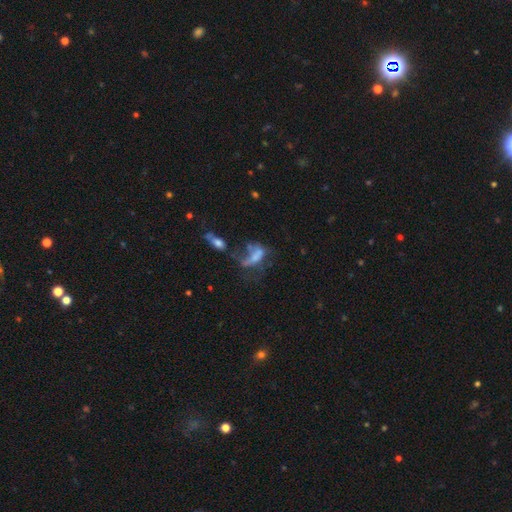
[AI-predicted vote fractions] Smooth or featured? Predicted: smooth (p=0.44). Merging? Predicted: major disturbance (p=0.43).